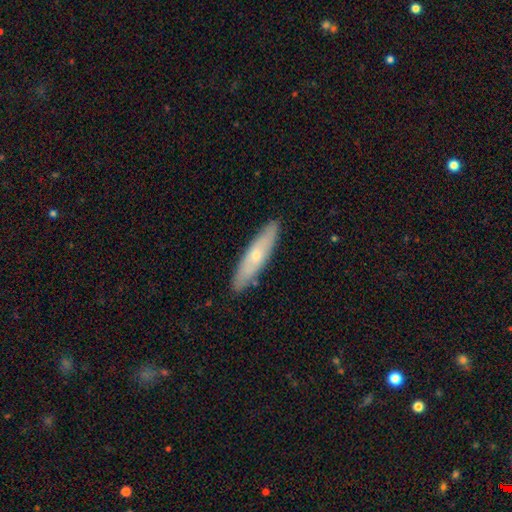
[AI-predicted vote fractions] Smooth or featured?
  - smooth: 53% *
  - featured or disk: 42%
  - star or artifact: 6%
How rounded?
  - cigar-shaped: 77% *
  - in between: 21%
  - round: 2%
Merging?
  - none: 88% *
  - minor disturbance: 10%
  - major disturbance: 2%
  - merger: 1%